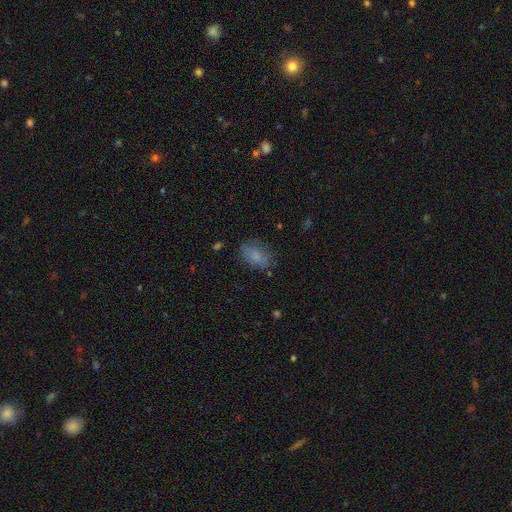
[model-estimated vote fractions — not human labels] smooth 80%, featured or disk 12%, star or artifact 9%. Down the decision tree: how rounded — in between (87%); merging — none (72%).